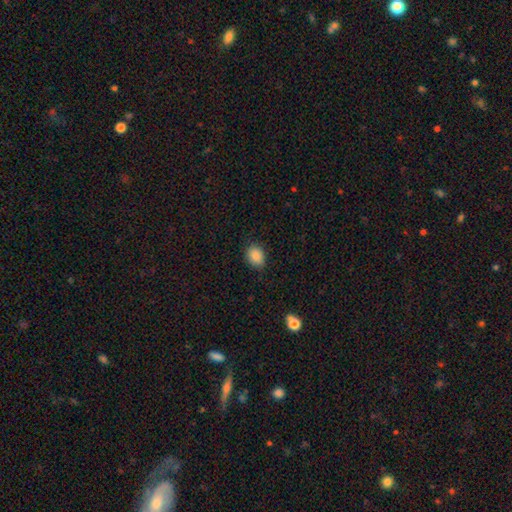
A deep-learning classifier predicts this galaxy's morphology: Q: Smooth or featured?
A: smooth (88%); runner-up: star or artifact (9%)
Q: How rounded?
A: in between (62%); runner-up: round (38%)
Q: Merging?
A: none (84%); runner-up: minor disturbance (12%)